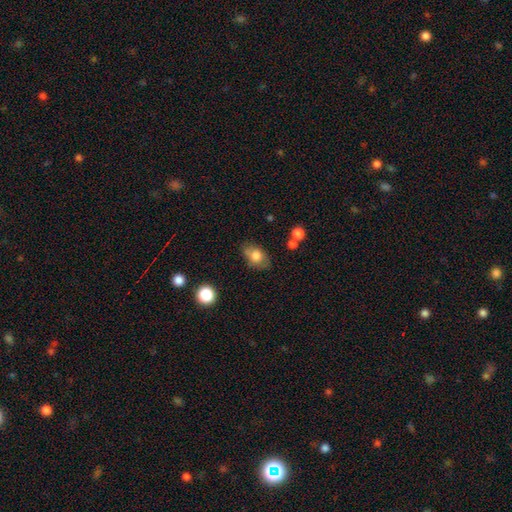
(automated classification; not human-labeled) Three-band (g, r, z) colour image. It shows a smooth galaxy with no disk features (75%) that is in between round and cigar-shaped (81%). Merging: none (64%).